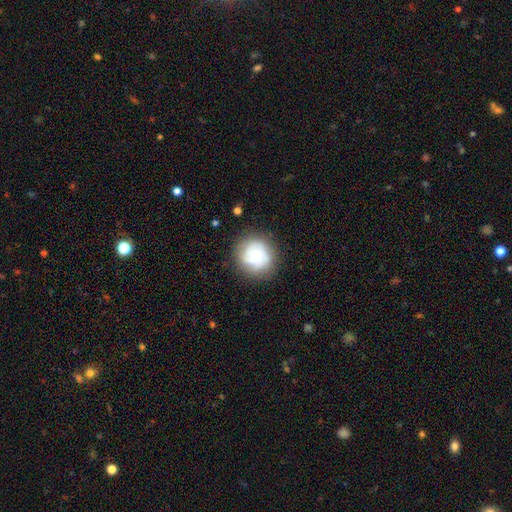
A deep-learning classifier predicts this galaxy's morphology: The model was most divided on "smooth or featured": featured or disk: 57%, smooth: 35%, star or artifact: 8%. More confident: edge-on disk — no (98%); spiral arms — yes (87%); merging — none (79%); bar — no (78%); bulge size — small (55%).